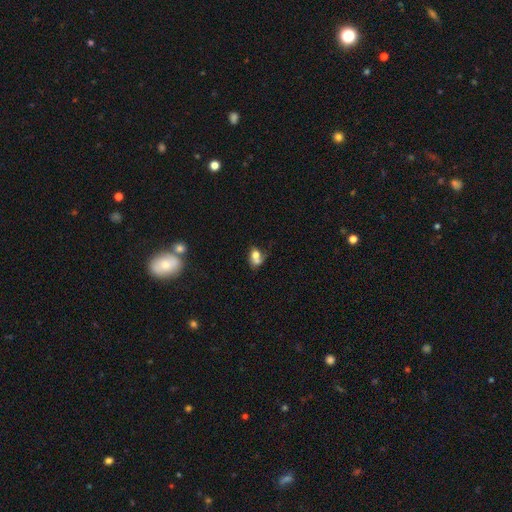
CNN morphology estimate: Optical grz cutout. It shows a smooth galaxy with no disk features (65%) that is in between round and cigar-shaped (63%). Merging: merger (46%).